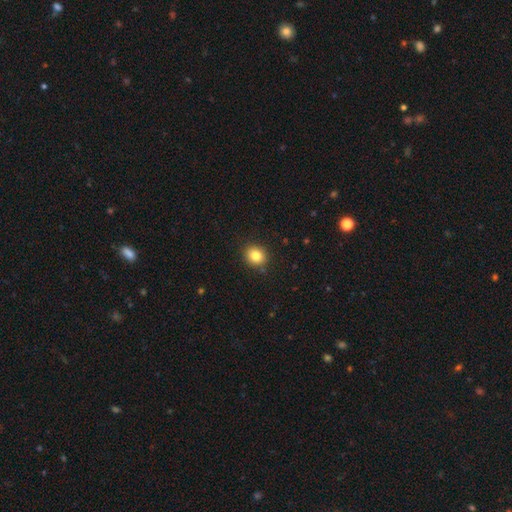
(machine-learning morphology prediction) Smooth or featured? Predicted: smooth (p=0.82). How rounded? Predicted: round (p=0.77). Merging? Predicted: none (p=0.90).